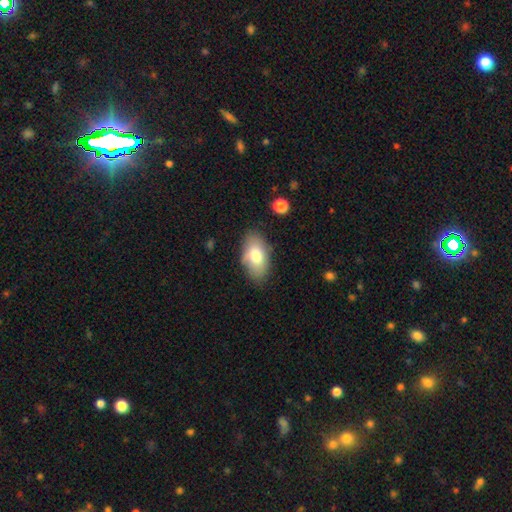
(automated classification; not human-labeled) smooth 77%, featured or disk 17%, star or artifact 7%. Down the decision tree: how rounded — in between (93%); merging — none (78%).